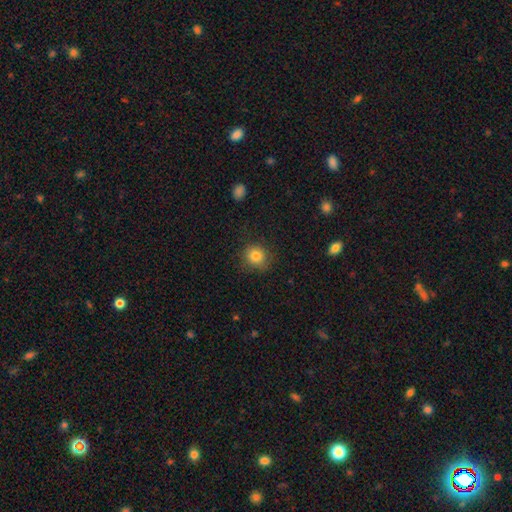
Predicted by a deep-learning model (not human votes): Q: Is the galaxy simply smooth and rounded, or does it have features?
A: smooth — 82%.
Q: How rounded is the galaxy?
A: round — 86%.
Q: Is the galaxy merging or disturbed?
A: none — 82%.